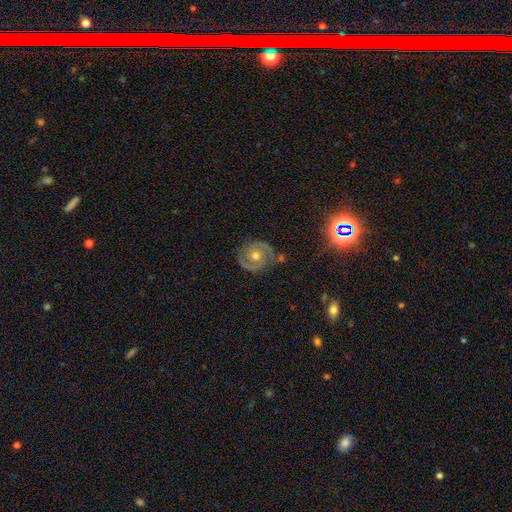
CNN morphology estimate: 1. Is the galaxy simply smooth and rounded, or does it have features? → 81% featured or disk, 9% smooth, 9% star or artifact.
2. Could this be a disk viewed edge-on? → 98% no, 2% yes.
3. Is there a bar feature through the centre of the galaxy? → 73% no, 21% weak, 6% strong.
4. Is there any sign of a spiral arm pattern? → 94% yes, 6% no.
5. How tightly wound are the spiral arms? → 56% tight, 37% medium, 7% loose.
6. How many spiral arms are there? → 89% 2, 5% can't tell, 2% 3, 2% 1, 1% 4, 1% more than 4.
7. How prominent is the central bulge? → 75% moderate, 18% small, 4% large, 1% none, 1% dominant.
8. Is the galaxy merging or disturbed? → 81% none, 13% minor disturbance, 4% major disturbance, 2% merger.